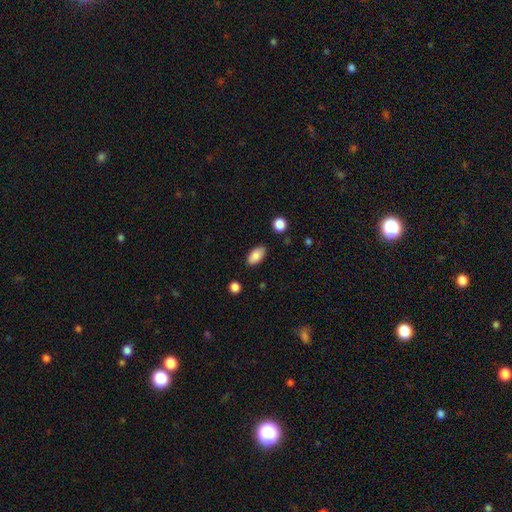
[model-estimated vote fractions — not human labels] smooth-or-featured: smooth: 86% | star or artifact: 7% | featured or disk: 7%
  how-rounded: in between: 93% | round: 4% | cigar-shaped: 3%
  merging: none: 85% | minor disturbance: 11% | major disturbance: 2% | merger: 2%